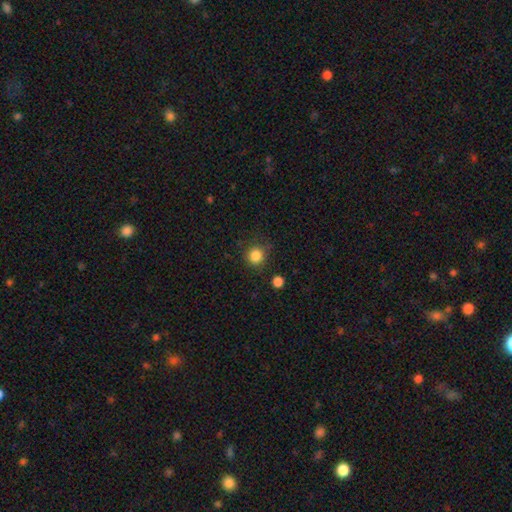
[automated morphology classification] A smooth galaxy with no disk features (85%) that is round (92%). Merging: none (83%).